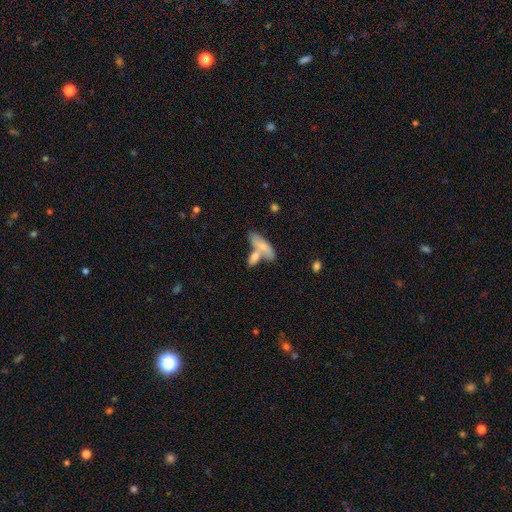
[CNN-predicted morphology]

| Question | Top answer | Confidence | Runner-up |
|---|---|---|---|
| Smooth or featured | smooth | 64% | featured or disk (27%) |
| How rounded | in between | 47% | tied: cigar-shaped (47%) |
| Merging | merger | 43% | none (41%) |